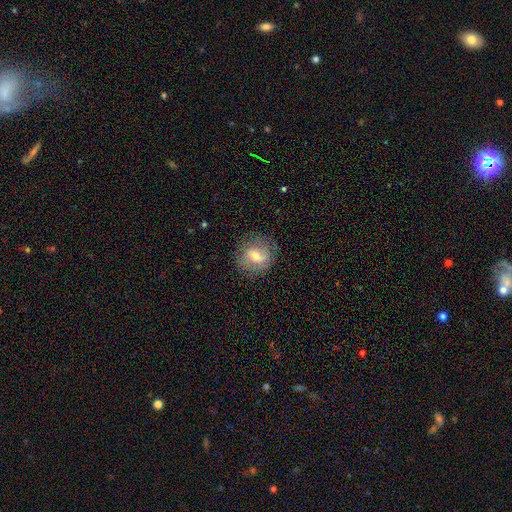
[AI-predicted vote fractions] Smooth or featured? Predicted: smooth (p=0.48). Merging? Predicted: none (p=0.79).